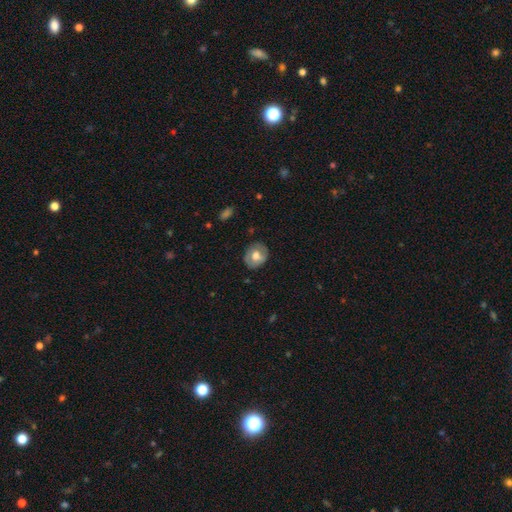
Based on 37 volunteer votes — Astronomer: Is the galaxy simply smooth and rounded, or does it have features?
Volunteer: smooth — 59% (runner-up: featured or disk, 38%).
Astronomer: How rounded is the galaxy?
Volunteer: in between — 64%.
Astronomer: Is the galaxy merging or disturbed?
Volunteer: none — 89%.